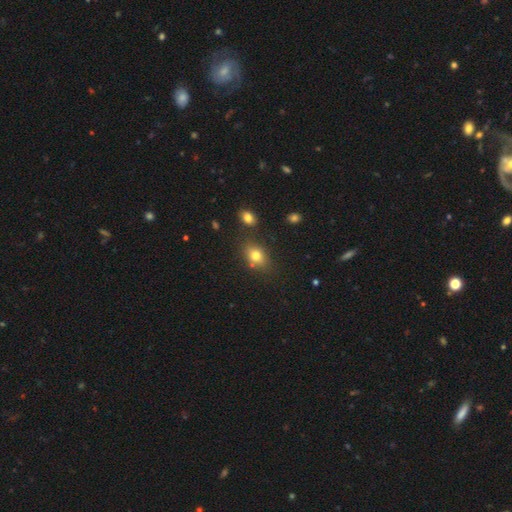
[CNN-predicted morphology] smooth 77%, star or artifact 12%, featured or disk 11%. Down the decision tree: how rounded — in between (67%); merging — none (73%).